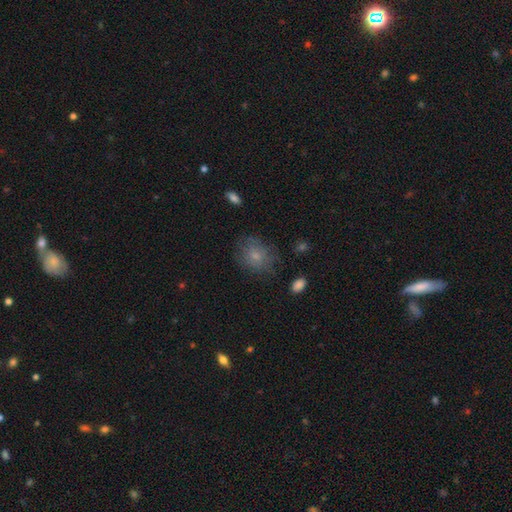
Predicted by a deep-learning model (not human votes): This appears to be a smooth galaxy with no disk features (70%) that is round (62%). Merging: none (69%).